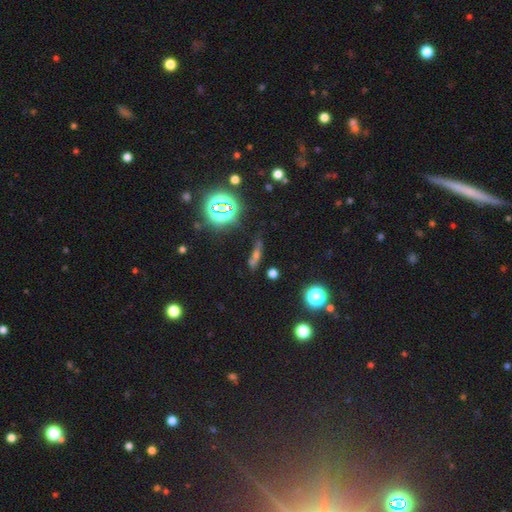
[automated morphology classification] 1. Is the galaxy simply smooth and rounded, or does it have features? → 40% star or artifact, 36% smooth, 24% featured or disk.